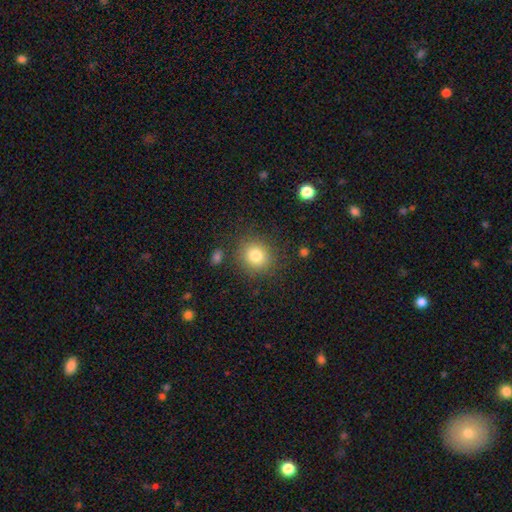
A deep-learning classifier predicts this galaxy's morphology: type=smooth (81%); roundness=round (84%); merging=none (86%).